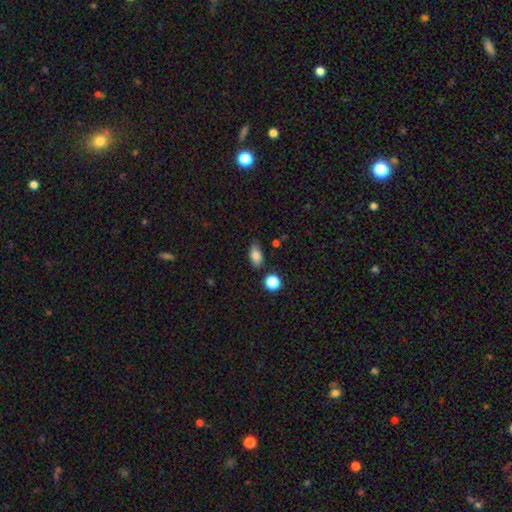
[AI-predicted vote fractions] Smooth or featured? smooth (84%)
How rounded? in between (85%)
Merging? none (76%)